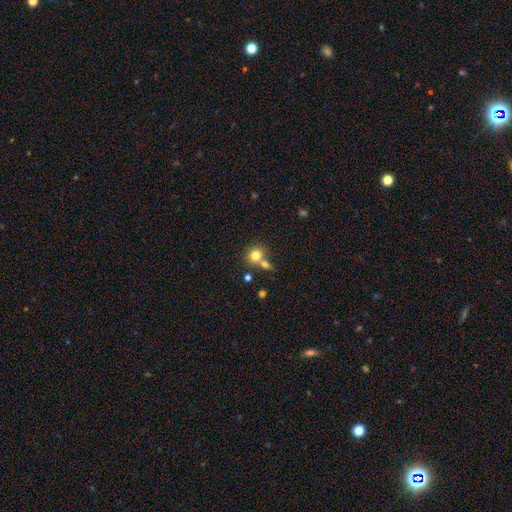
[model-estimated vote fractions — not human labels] Smooth or featured?
  - smooth: 78% *
  - star or artifact: 11%
  - featured or disk: 11%
How rounded?
  - round: 70% *
  - in between: 28%
  - cigar-shaped: 1%
Merging?
  - none: 49% *
  - merger: 38%
  - minor disturbance: 10%
  - major disturbance: 4%